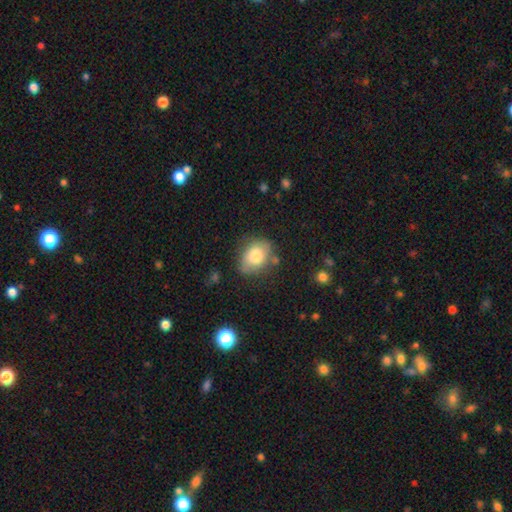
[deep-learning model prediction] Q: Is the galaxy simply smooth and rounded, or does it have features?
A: smooth — 77%.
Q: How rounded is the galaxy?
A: in between — 70%.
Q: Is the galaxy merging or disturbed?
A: none — 69%.